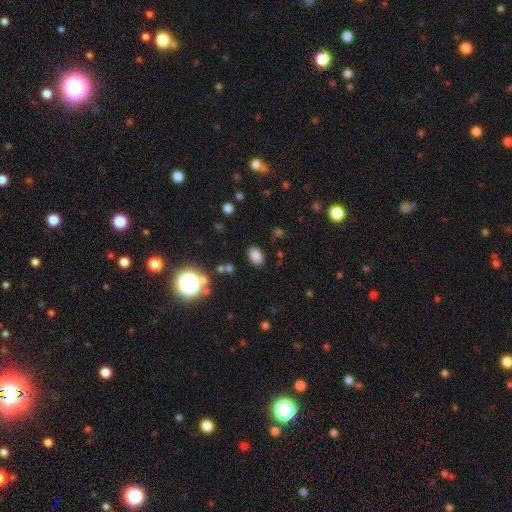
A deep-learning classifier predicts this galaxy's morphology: smooth 81%, star or artifact 14%, featured or disk 6%. Down the decision tree: how rounded — in between (87%); merging — none (85%).